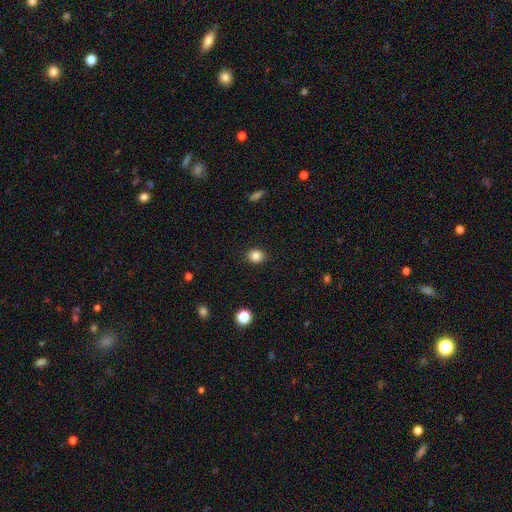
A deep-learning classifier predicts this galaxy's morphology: Smooth or featured? Predicted: smooth (p=0.84). How rounded? Predicted: round (p=0.67). Merging? Predicted: none (p=0.88).